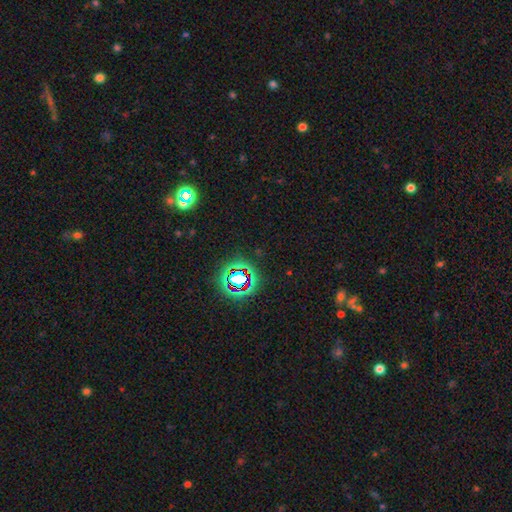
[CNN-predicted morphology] A star or artifact, not a galaxy (78%).

Vote fractions:
- Smooth or featured? star or artifact: 78% / smooth: 13% / featured or disk: 9%